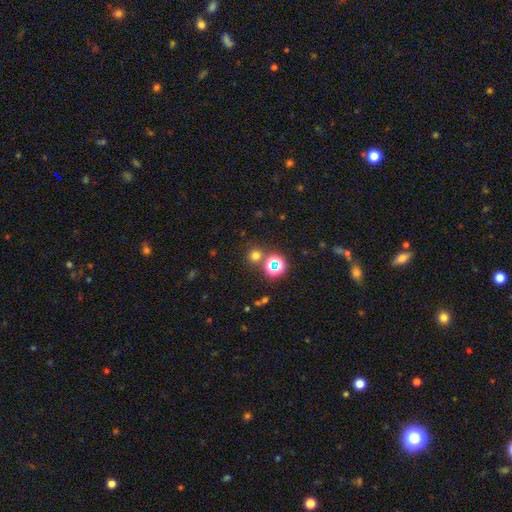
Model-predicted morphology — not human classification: type=smooth (65%); roundness=round (91%); merging=none (77%).